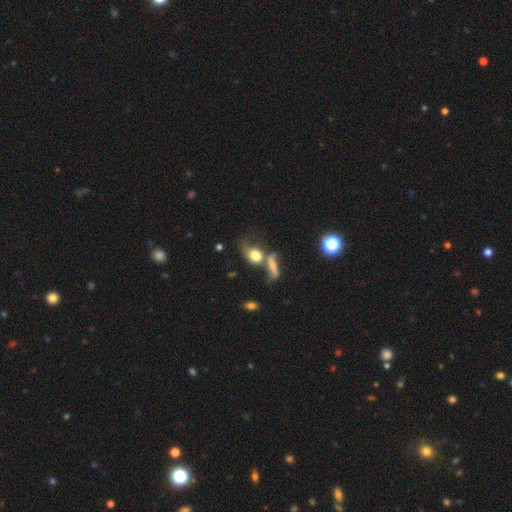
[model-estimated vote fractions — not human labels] Smooth or featured? smooth (62%)
How rounded? in between (50%)
Merging? merger (49%)